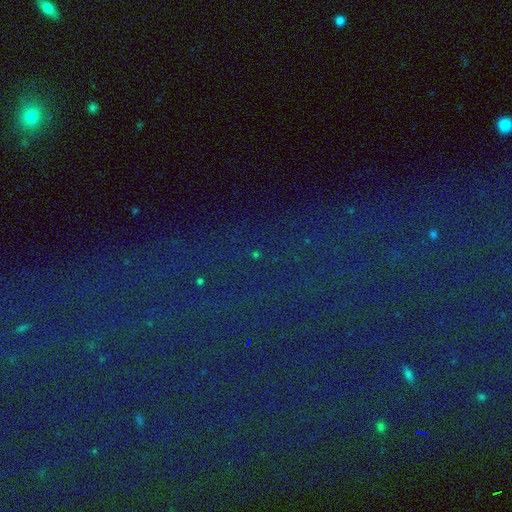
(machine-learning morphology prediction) A star or artifact, not a galaxy (80%).